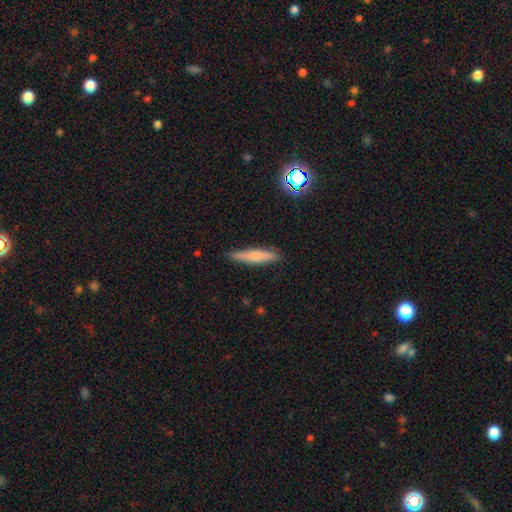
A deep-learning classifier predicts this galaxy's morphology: smooth 66%, featured or disk 25%, star or artifact 8%. Down the decision tree: how rounded — cigar-shaped (88%); merging — none (87%).